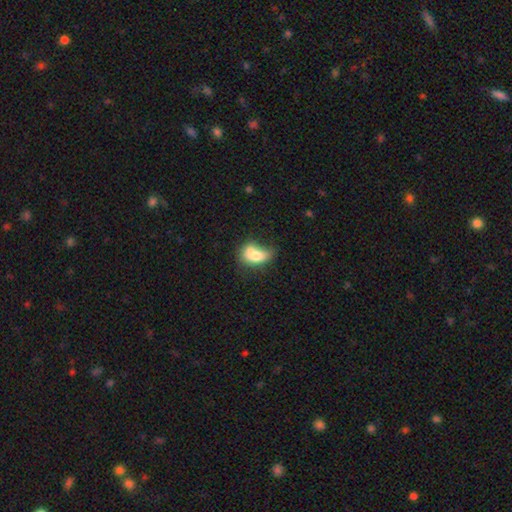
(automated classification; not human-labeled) smooth 70%, featured or disk 21%, star or artifact 9%. Down the decision tree: how rounded — in between (81%); merging — merger (30%).